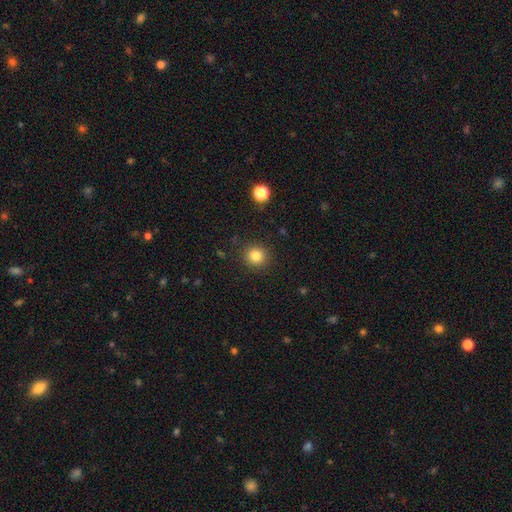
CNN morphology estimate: This appears to be a smooth galaxy with no disk features (83%) that is round (92%). Merging: none (90%).